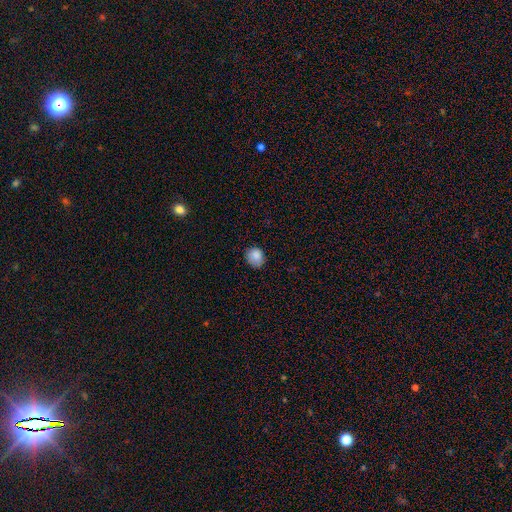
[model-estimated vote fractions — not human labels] smooth 87%, star or artifact 9%, featured or disk 4%. Down the decision tree: how rounded — round (74%); merging — none (73%).